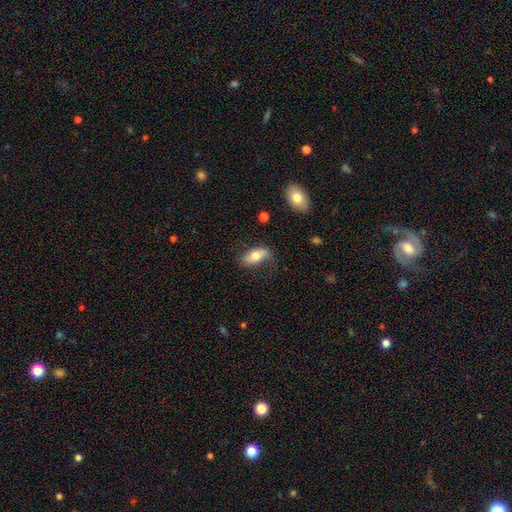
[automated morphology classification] This appears to be a smooth galaxy with no disk features (72%) that is in between round and cigar-shaped (87%). Merging: none (69%).